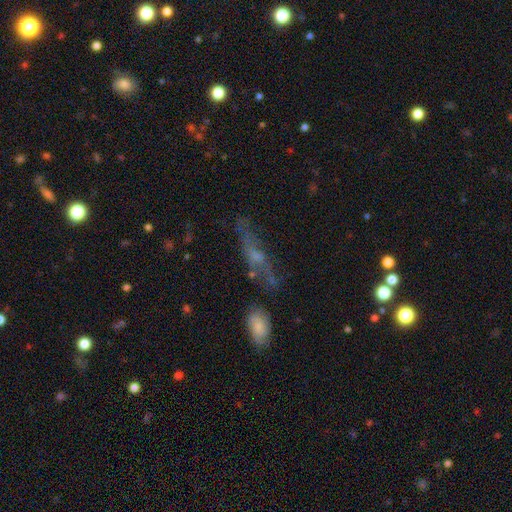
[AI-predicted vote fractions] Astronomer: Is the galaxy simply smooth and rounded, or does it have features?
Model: featured or disk — 47% (runner-up: smooth, 38%).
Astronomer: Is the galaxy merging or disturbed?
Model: none — 51%.